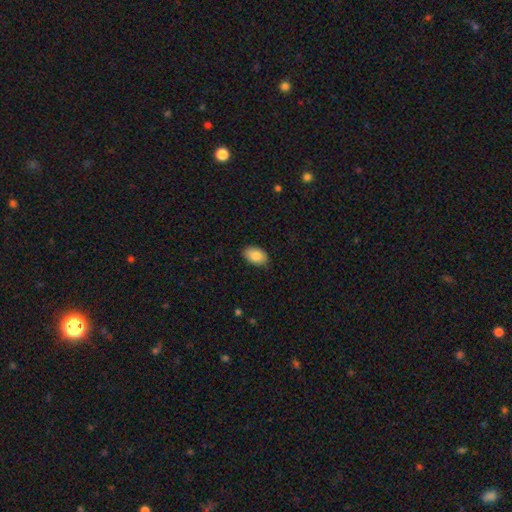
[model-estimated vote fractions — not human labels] A smooth galaxy with no disk features (85%) that is in between round and cigar-shaped (90%).

Vote fractions:
- Smooth or featured? smooth: 85% / featured or disk: 9% / star or artifact: 7%
- How rounded? in between: 90% / round: 9% / cigar-shaped: 1%
- Merging? none: 87% / minor disturbance: 10% / major disturbance: 2% / merger: 1%